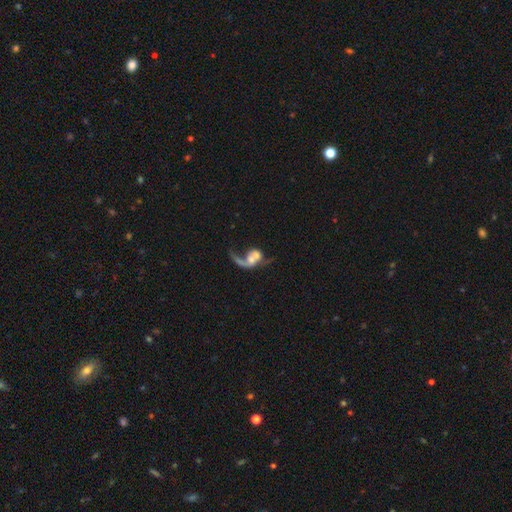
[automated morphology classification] type=featured or disk (54%); edge-on=no (95%); bar=no (76%); spiral arms=yes (58%); bulge=moderate (30%); merging=merger (61%).